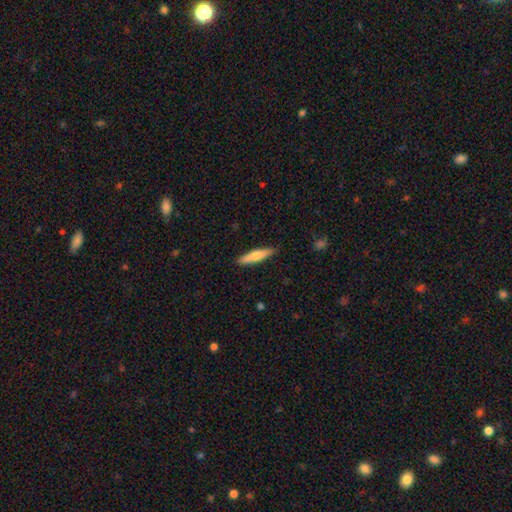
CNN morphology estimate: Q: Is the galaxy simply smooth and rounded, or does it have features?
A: smooth — 66%.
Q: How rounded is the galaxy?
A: cigar-shaped — 84%.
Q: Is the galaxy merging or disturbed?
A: none — 89%.